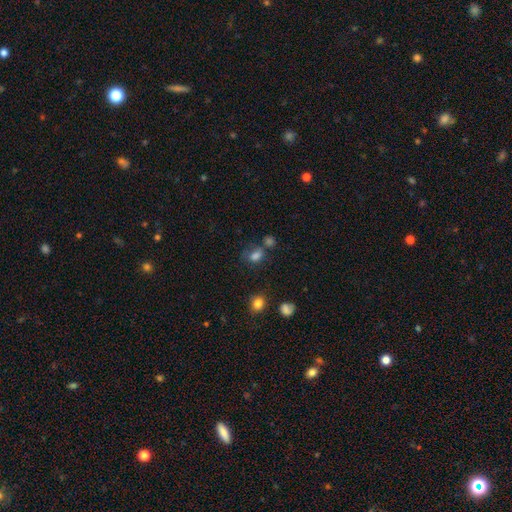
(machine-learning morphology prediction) smooth 76%, star or artifact 15%, featured or disk 9%. Down the decision tree: how rounded — in between (72%); merging — none (47%).